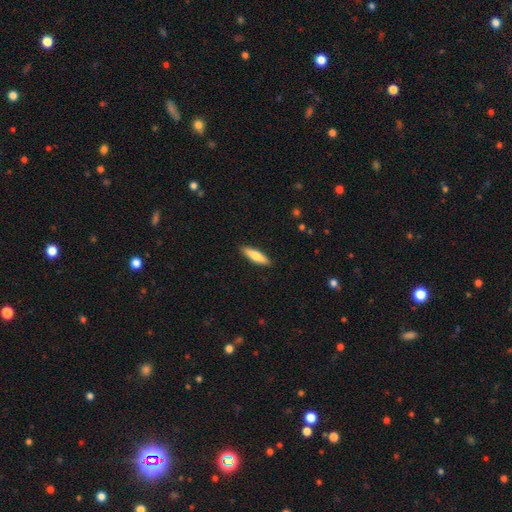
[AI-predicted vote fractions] Smooth or featured? smooth (70%)
How rounded? cigar-shaped (66%)
Merging? none (90%)